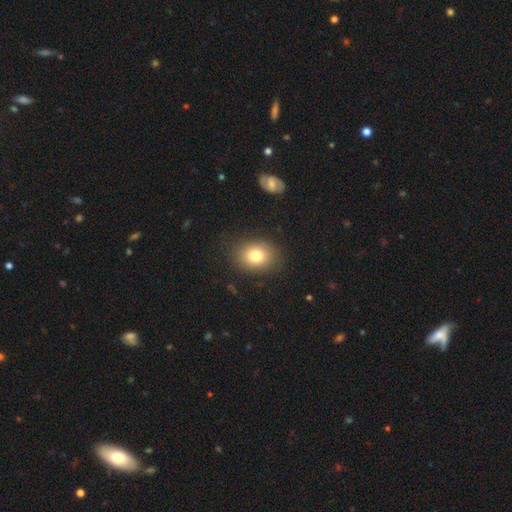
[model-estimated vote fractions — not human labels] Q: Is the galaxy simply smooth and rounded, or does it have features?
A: smooth — 78%.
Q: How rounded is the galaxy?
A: round — 50%.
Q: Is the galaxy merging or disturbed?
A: none — 85%.